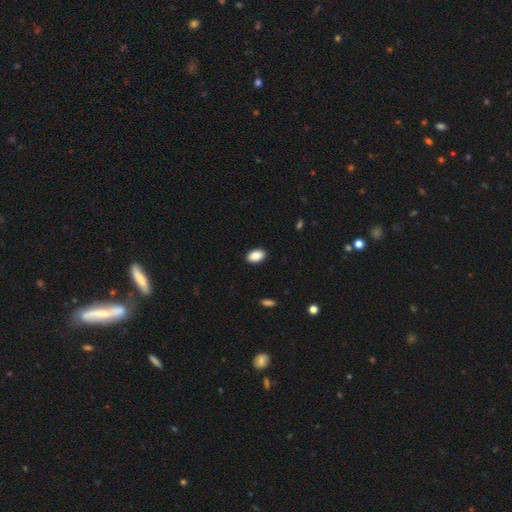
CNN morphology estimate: smooth-or-featured: smooth: 89% | star or artifact: 7% | featured or disk: 4%
  how-rounded: in between: 92% | round: 7% | cigar-shaped: 1%
  merging: none: 90% | minor disturbance: 7% | major disturbance: 2% | merger: 1%